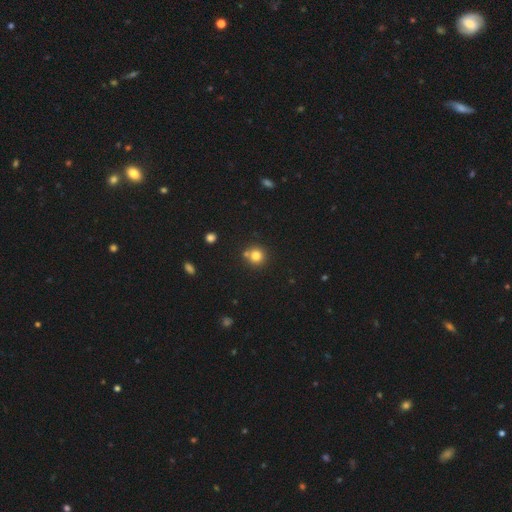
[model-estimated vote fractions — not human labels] Morphology: type=smooth (79%); roundness=round (92%); merging=none (70%).